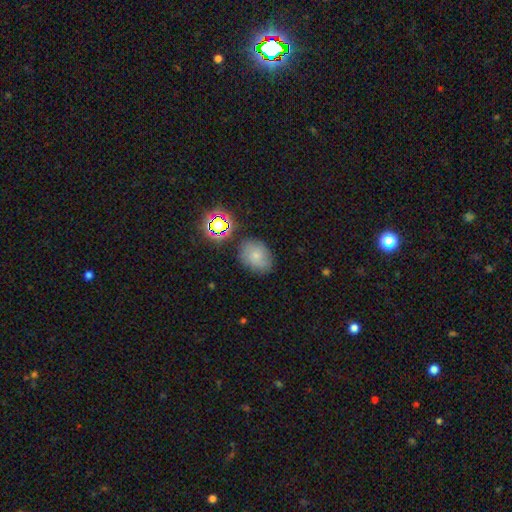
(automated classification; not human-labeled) Overall: smooth (65%). How rounded: in between (59%; round 40%). Merging: none (73%).